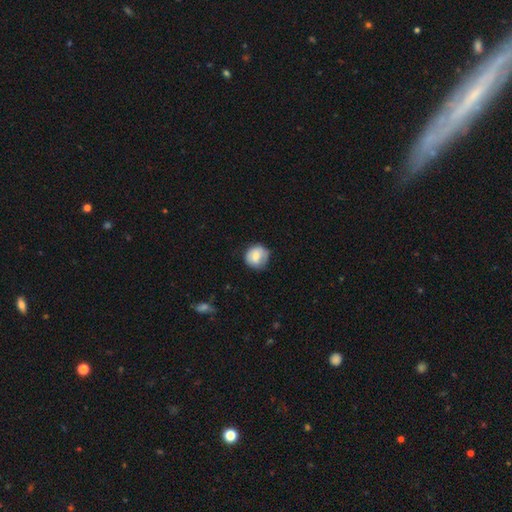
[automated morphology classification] Smooth or featured: smooth — 70% (featured or disk — 22%)
How rounded: round — 86% (in between — 13%)
Merging: none — 70% (minor disturbance — 24%)